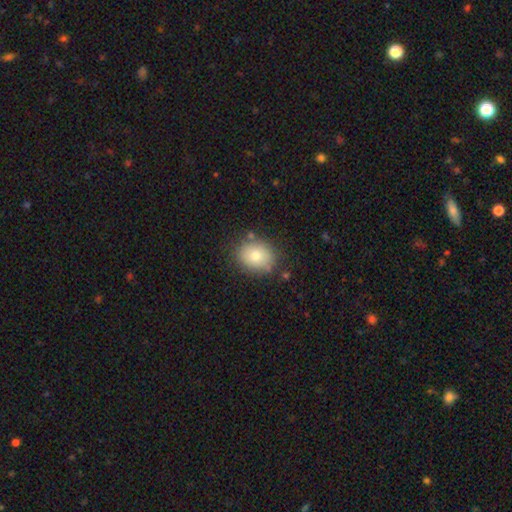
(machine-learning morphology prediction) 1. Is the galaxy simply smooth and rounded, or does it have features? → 77% smooth, 14% featured or disk, 9% star or artifact.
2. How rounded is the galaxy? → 56% round, 43% in between, 1% cigar-shaped.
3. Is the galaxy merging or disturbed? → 79% none, 14% minor disturbance, 4% major disturbance, 3% merger.